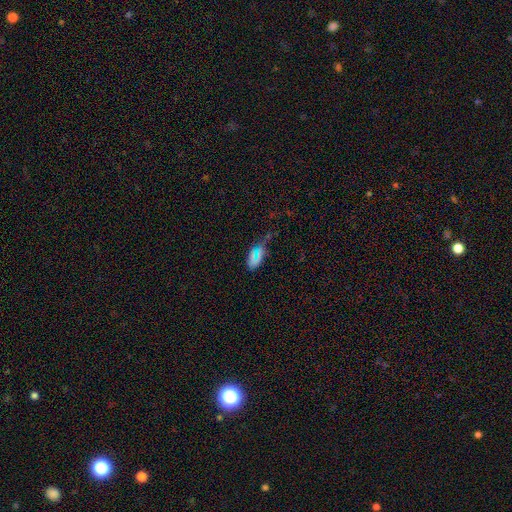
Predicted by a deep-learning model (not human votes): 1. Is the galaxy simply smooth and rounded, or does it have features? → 53% smooth, 34% star or artifact, 13% featured or disk.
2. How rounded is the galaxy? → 82% in between, 10% cigar-shaped, 8% round.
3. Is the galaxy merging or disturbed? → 55% none, 24% minor disturbance, 14% major disturbance, 7% merger.